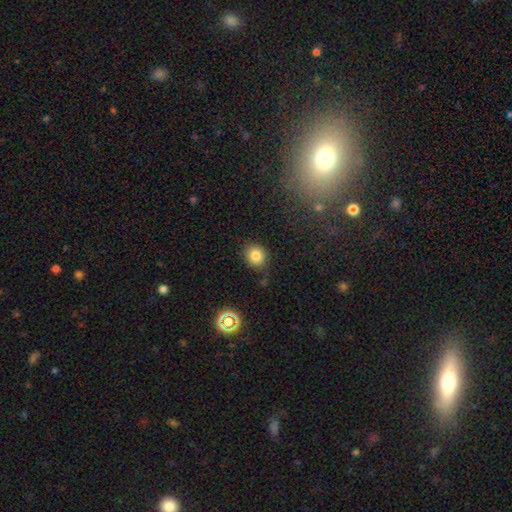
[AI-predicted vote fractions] smooth 81%, star or artifact 12%, featured or disk 7%. Down the decision tree: how rounded — round (81%); merging — none (82%).